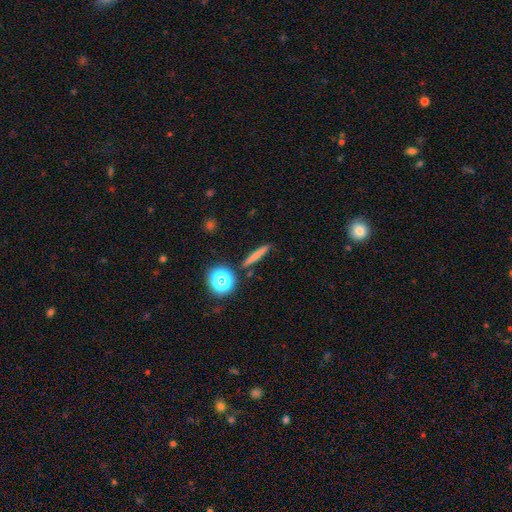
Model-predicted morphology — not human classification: Overall: smooth (68%). How rounded: cigar-shaped (87%). Merging: none (88%).